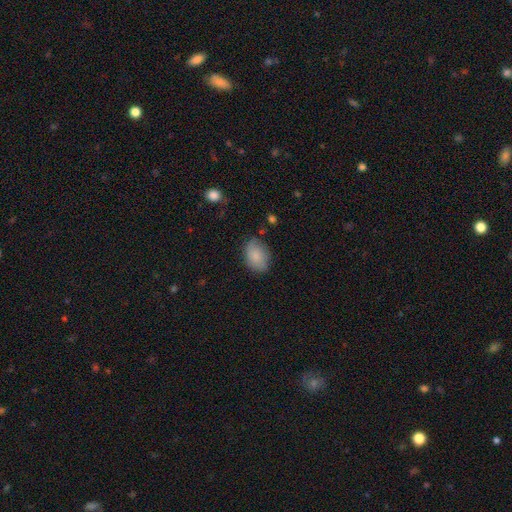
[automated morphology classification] A smooth galaxy with no disk features (82%) that is in between round and cigar-shaped (83%).

Vote fractions:
- Smooth or featured? smooth: 82% / featured or disk: 12% / star or artifact: 7%
- How rounded? in between: 83% / round: 16% / cigar-shaped: 1%
- Merging? none: 71% / minor disturbance: 22% / major disturbance: 5% / merger: 2%